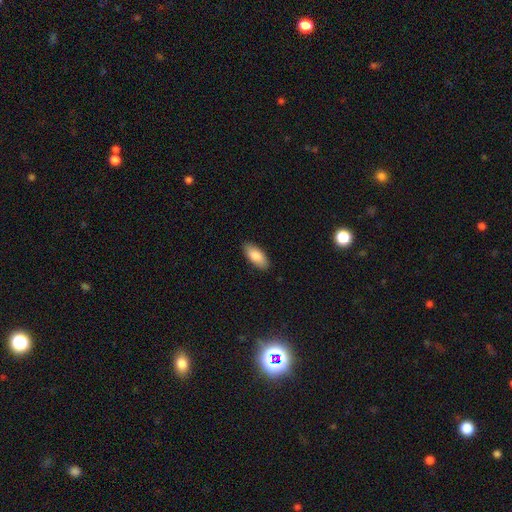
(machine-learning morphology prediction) Smooth or featured: smooth — 85% (featured or disk — 9%)
How rounded: in between — 87% (cigar-shaped — 12%)
Merging: none — 89% (minor disturbance — 8%)